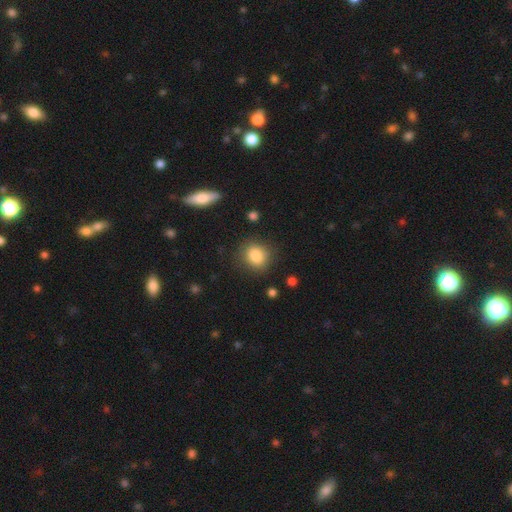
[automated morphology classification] The model was most divided on "how rounded": round: 72%, in between: 26%, cigar-shaped: 1%. More confident: smooth or featured — smooth (86%); merging — none (82%).